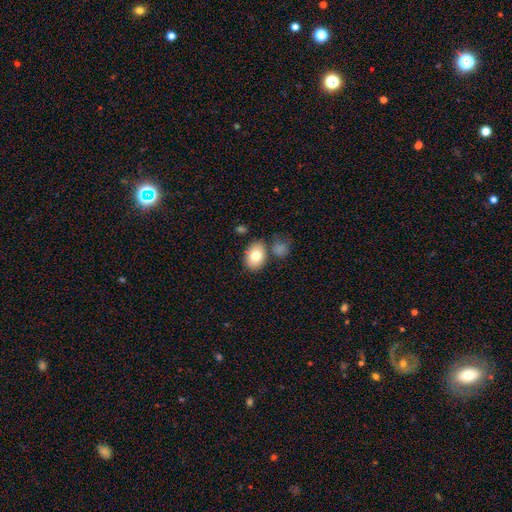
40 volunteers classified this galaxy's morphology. smooth 85%, featured or disk 10%, star or artifact 5%. Down the decision tree: how rounded — in between (68%); merging — none (68%).